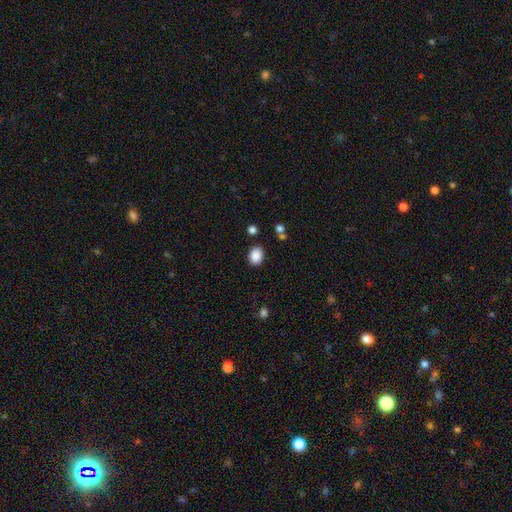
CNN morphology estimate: smooth-or-featured: smooth: 88% | star or artifact: 9% | featured or disk: 3%
  how-rounded: in between: 61% | round: 38% | cigar-shaped: 1%
  merging: none: 86% | minor disturbance: 9% | merger: 3% | major disturbance: 3%